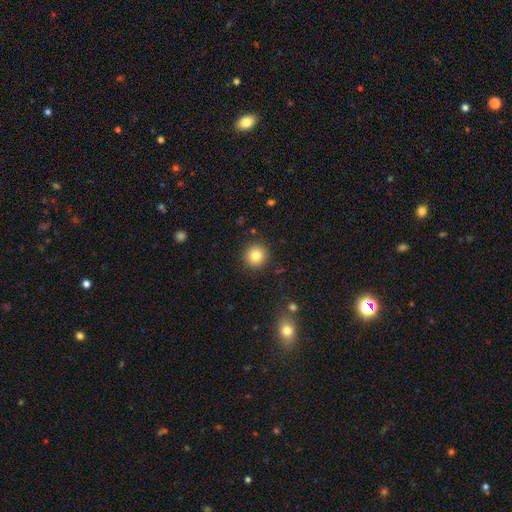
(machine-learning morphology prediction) smooth_or_featured: smooth (p=0.81) [alt: star or artifact p=0.11]
how_rounded: round (p=0.94) [alt: in between p=0.06]
merging: none (p=0.90) [alt: minor disturbance p=0.06]